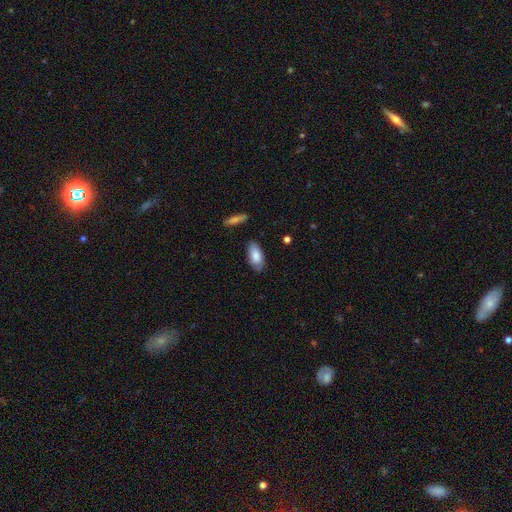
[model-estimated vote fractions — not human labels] Smooth or featured? smooth (81%)
How rounded? in between (91%)
Merging? none (80%)